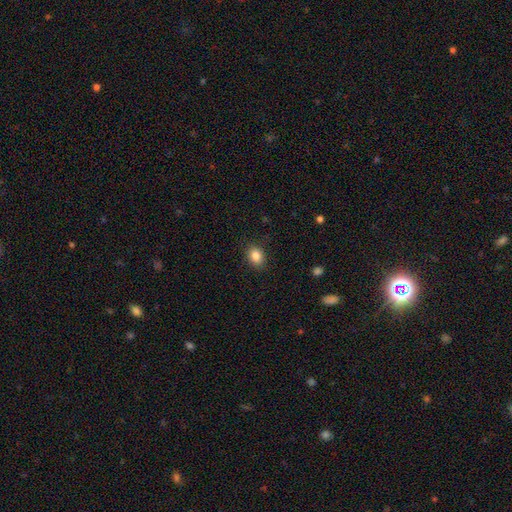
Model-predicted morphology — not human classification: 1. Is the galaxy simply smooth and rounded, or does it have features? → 86% smooth, 9% star or artifact, 5% featured or disk.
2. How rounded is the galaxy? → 67% in between, 32% round, 1% cigar-shaped.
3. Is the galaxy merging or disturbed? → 87% none, 9% minor disturbance, 2% major disturbance, 1% merger.